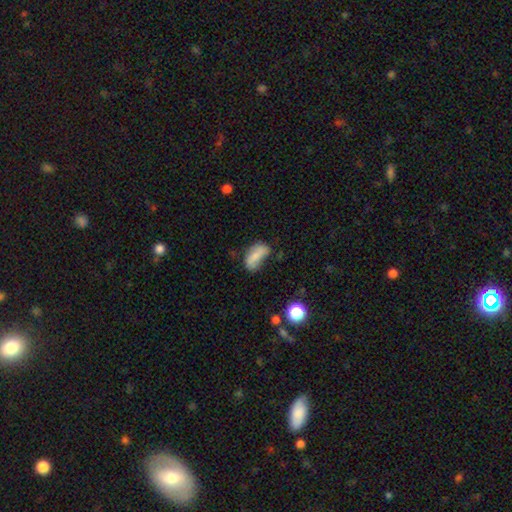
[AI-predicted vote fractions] This appears to be a smooth galaxy with no disk features (74%) that is in between round and cigar-shaped (87%). Merging: none (45%).